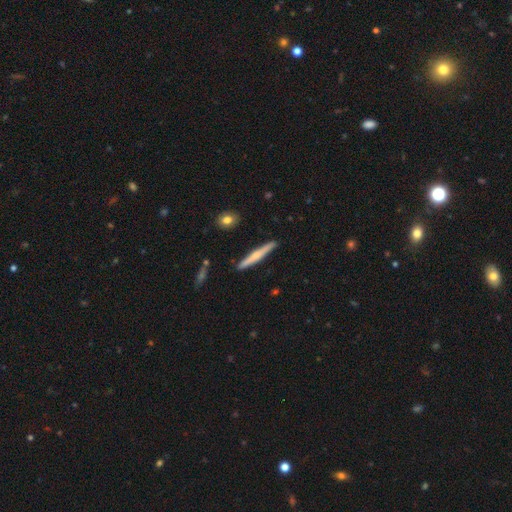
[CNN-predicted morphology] smooth_or_featured: smooth (p=0.48) [alt: featured or disk p=0.46]
merging: none (p=0.90) [alt: minor disturbance p=0.07]